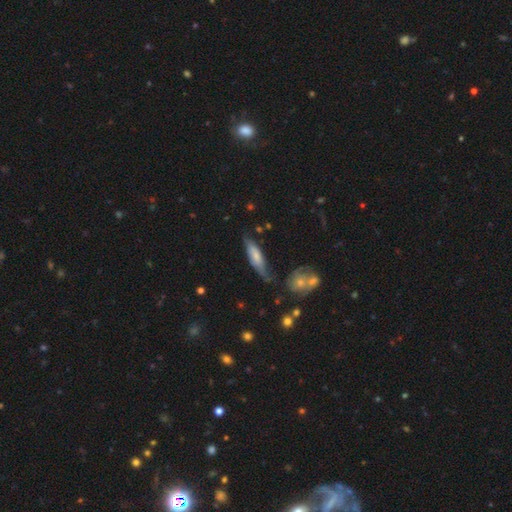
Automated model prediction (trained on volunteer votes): Smooth or featured? Predicted: smooth (p=0.62). How rounded? Predicted: cigar-shaped (p=0.59). Merging? Predicted: none (p=0.56).